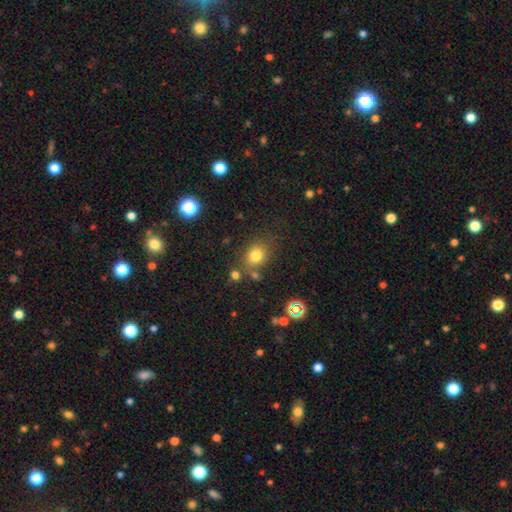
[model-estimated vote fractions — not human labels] Morphology: type=smooth (76%); roundness=round (59%); merging=none (69%).